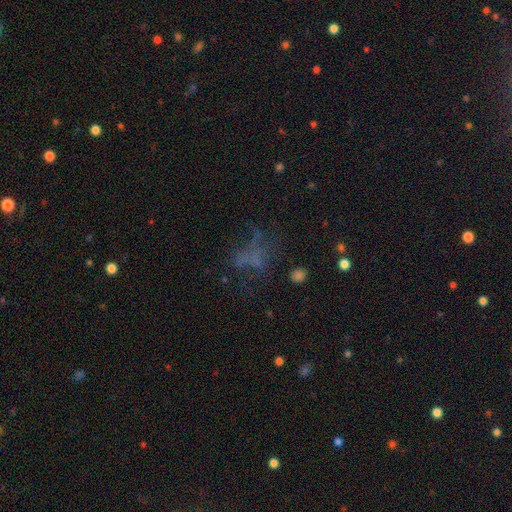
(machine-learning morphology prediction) Overall: star or artifact (34%; featured or disk 33%).